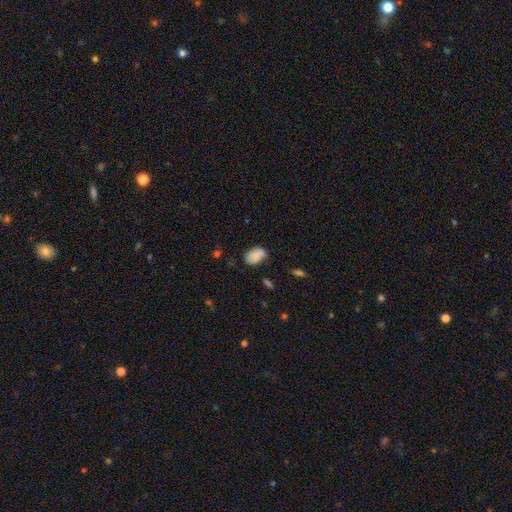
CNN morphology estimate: Q: Smooth or featured?
A: smooth (77%); runner-up: featured or disk (15%)
Q: How rounded?
A: in between (85%); runner-up: round (13%)
Q: Merging?
A: none (56%); runner-up: minor disturbance (26%)